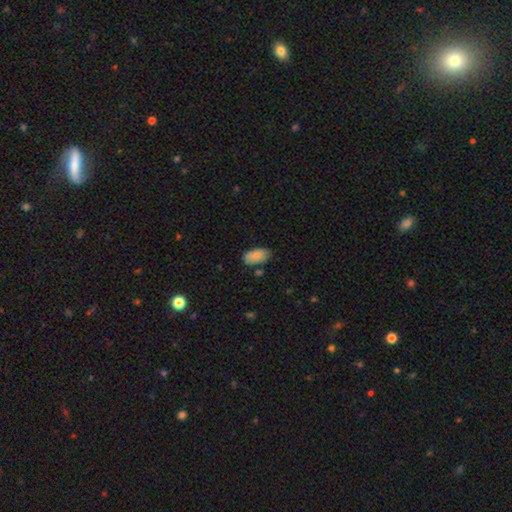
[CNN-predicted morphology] Smooth or featured: smooth — 81% (featured or disk — 12%)
How rounded: in between — 94% (round — 4%)
Merging: none — 66% (minor disturbance — 24%)